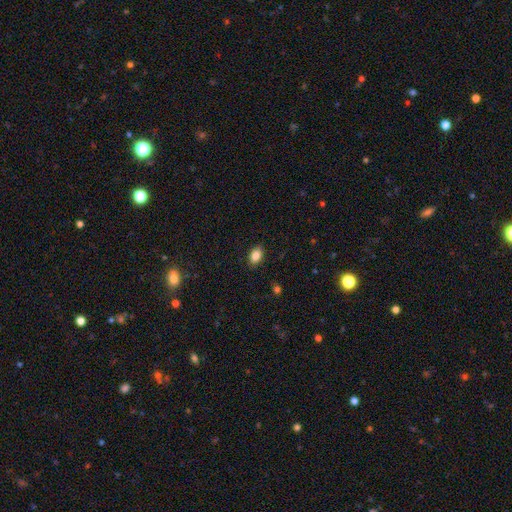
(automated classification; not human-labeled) Q: Smooth or featured?
A: smooth (86%); runner-up: star or artifact (9%)
Q: How rounded?
A: in between (87%); runner-up: round (12%)
Q: Merging?
A: none (88%); runner-up: minor disturbance (9%)